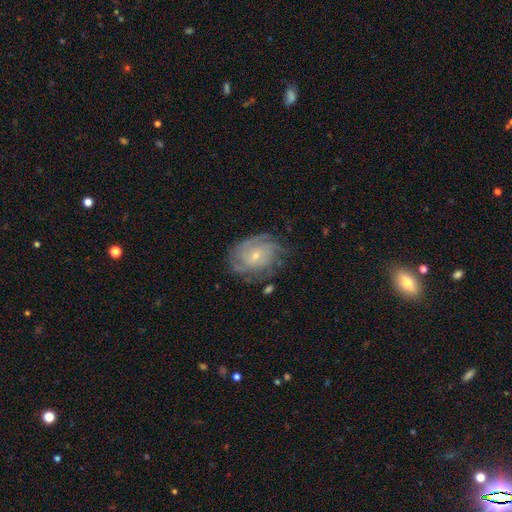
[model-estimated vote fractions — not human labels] Overall: featured or disk (77%). Edge-on disk: no (97%). Bar: no (69%). Spiral arms: yes (91%). Spiral arm count: can't tell (40%; 3 18%). Spiral winding: tight (59%; medium 31%). Bulge size: small (71%). Merging: none (66%).